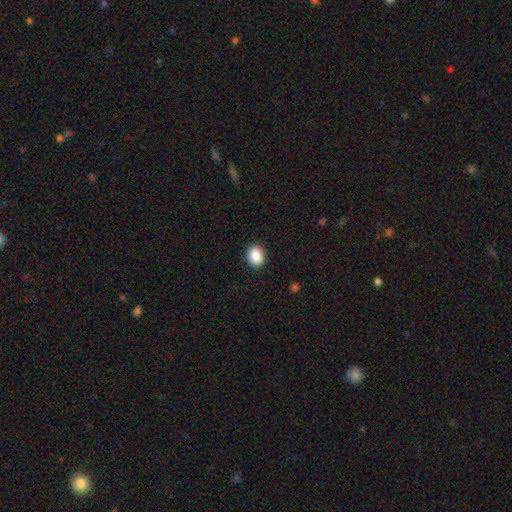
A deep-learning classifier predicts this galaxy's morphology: A smooth galaxy with no disk features (89%) that is in between round and cigar-shaped (51%). Merging: none (90%).